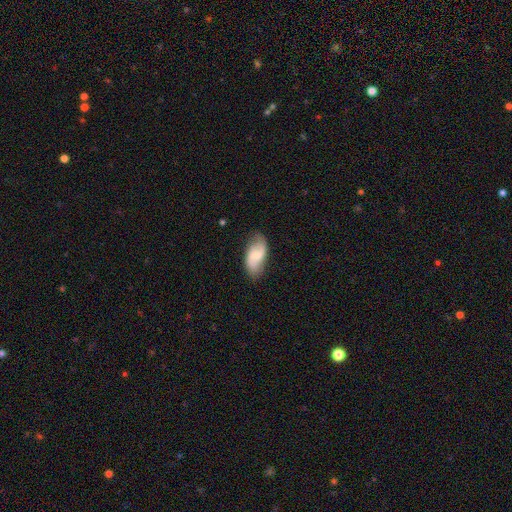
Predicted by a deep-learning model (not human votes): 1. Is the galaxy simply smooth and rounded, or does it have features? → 52% featured or disk, 41% smooth, 7% star or artifact.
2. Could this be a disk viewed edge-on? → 95% no, 5% yes.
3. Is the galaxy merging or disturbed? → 75% none, 19% minor disturbance, 5% major disturbance, 1% merger.